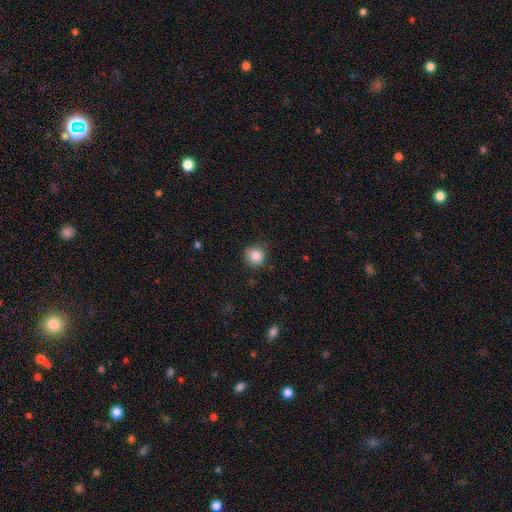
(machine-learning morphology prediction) smooth-or-featured: smooth: 85% | star or artifact: 10% | featured or disk: 5%
  how-rounded: round: 90% | in between: 9% | cigar-shaped: 1%
  merging: none: 80% | minor disturbance: 16% | major disturbance: 3% | merger: 1%